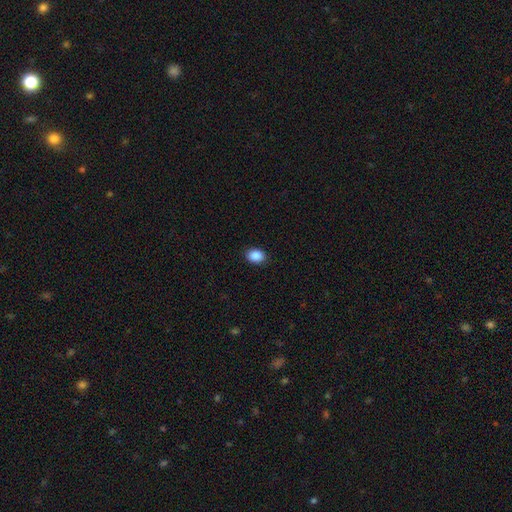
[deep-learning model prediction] smooth 89%, star or artifact 8%, featured or disk 3%. Down the decision tree: how rounded — in between (71%); merging — none (90%).